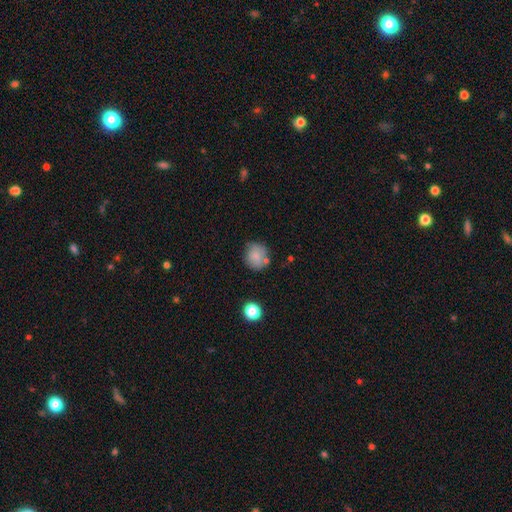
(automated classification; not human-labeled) Smooth or featured?
  - smooth: 79% *
  - featured or disk: 11%
  - star or artifact: 10%
How rounded?
  - round: 84% *
  - in between: 15%
  - cigar-shaped: 1%
Merging?
  - none: 67% *
  - minor disturbance: 19%
  - merger: 9%
  - major disturbance: 6%